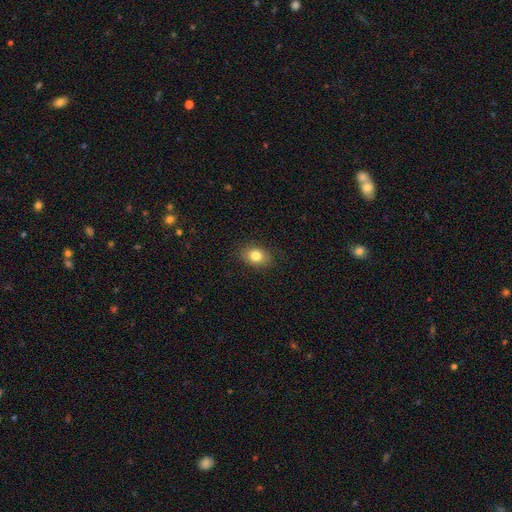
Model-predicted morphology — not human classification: A smooth galaxy with no disk features (81%) that is in between round and cigar-shaped (68%).

Vote fractions:
- Smooth or featured? smooth: 81% / star or artifact: 10% / featured or disk: 9%
- How rounded? in between: 68% / round: 31% / cigar-shaped: 1%
- Merging? none: 86% / minor disturbance: 11% / major disturbance: 3% / merger: 1%